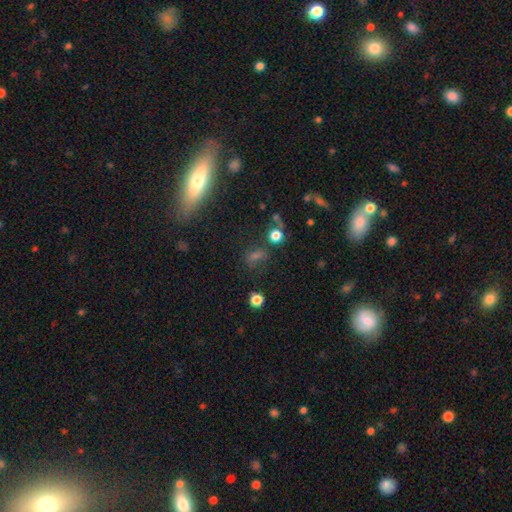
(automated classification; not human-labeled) Smooth or featured? Predicted: smooth (p=0.51). How rounded? Predicted: in between (p=0.46). Merging? Predicted: none (p=0.71).